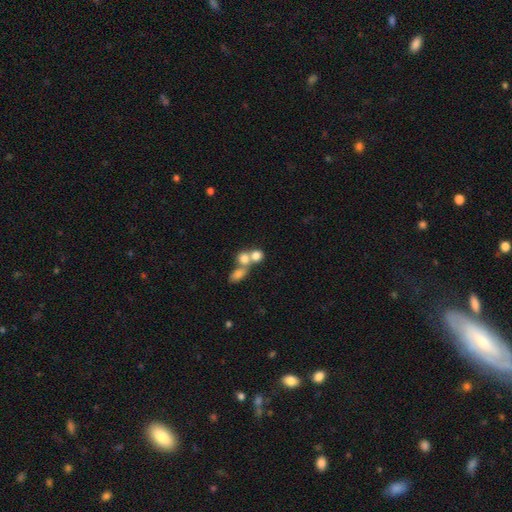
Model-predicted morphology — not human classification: Overall: smooth (75%). How rounded: round (69%). Merging: merger (60%; none 30%).